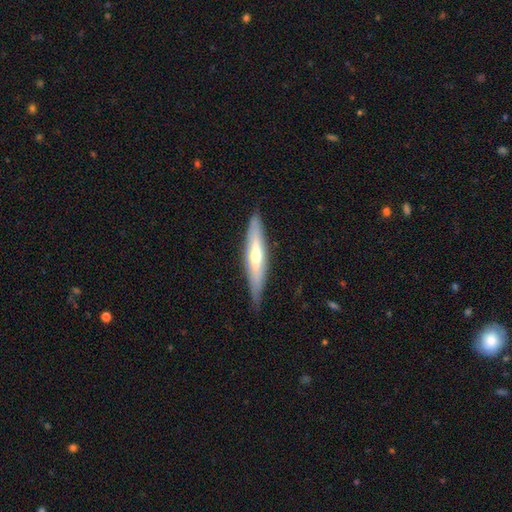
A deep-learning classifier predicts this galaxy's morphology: smooth-or-featured: featured or disk: 59% | smooth: 36% | star or artifact: 6%
  disk-edge-on: yes: 86% | no: 14%
    edge-on-bulge: rounded: 78% | none: 16% | boxy: 6%
  merging: none: 83% | minor disturbance: 13% | major disturbance: 3% | merger: 1%